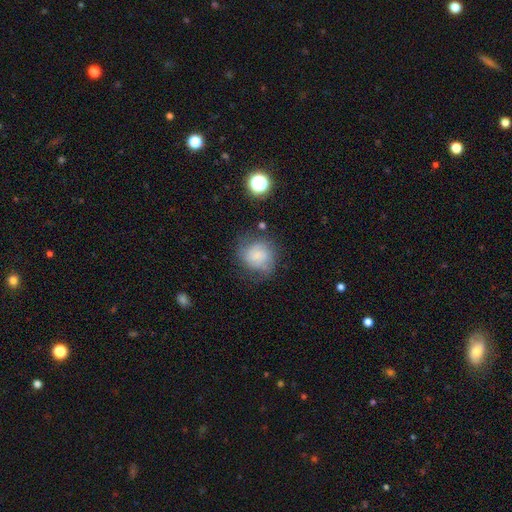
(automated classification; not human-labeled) The model was most divided on "smooth or featured": smooth: 59%, featured or disk: 30%, star or artifact: 11%. More confident: how rounded — round (78%); merging — none (55%).